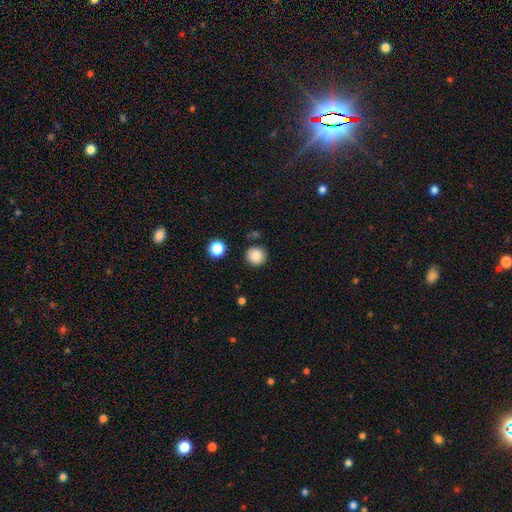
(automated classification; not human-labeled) smooth_or_featured: smooth (p=0.85) [alt: star or artifact p=0.10]
how_rounded: round (p=0.92) [alt: in between p=0.07]
merging: none (p=0.85) [alt: minor disturbance p=0.08]